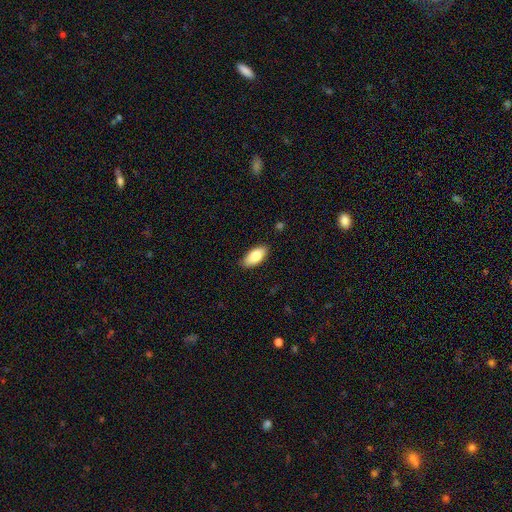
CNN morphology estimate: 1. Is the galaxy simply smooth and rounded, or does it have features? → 81% smooth, 12% featured or disk, 6% star or artifact.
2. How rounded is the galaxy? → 91% in between, 7% cigar-shaped, 2% round.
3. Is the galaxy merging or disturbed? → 85% none, 12% minor disturbance, 2% major disturbance, 1% merger.